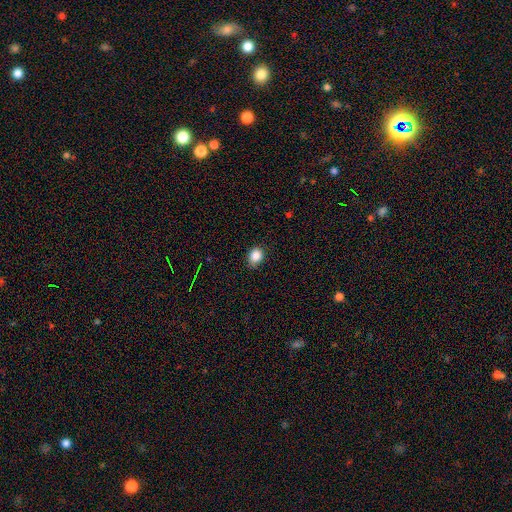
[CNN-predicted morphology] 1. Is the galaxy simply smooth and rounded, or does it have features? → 86% smooth, 10% star or artifact, 4% featured or disk.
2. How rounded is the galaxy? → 58% round, 41% in between, 1% cigar-shaped.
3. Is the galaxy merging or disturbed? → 78% none, 18% minor disturbance, 3% major disturbance, 1% merger.